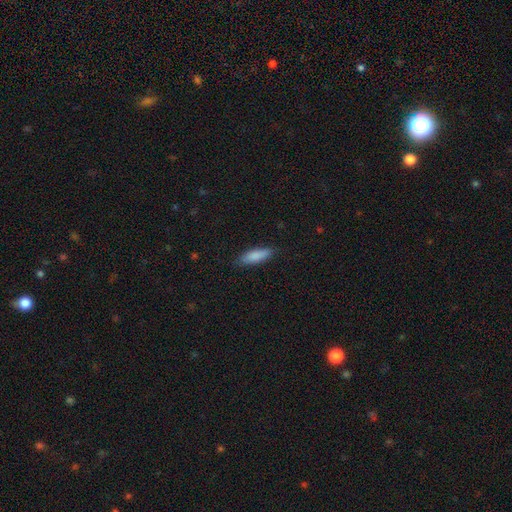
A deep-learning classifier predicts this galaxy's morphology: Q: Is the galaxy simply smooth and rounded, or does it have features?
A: smooth — 86%.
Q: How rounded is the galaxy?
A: cigar-shaped — 51%.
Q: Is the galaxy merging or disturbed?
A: none — 83%.